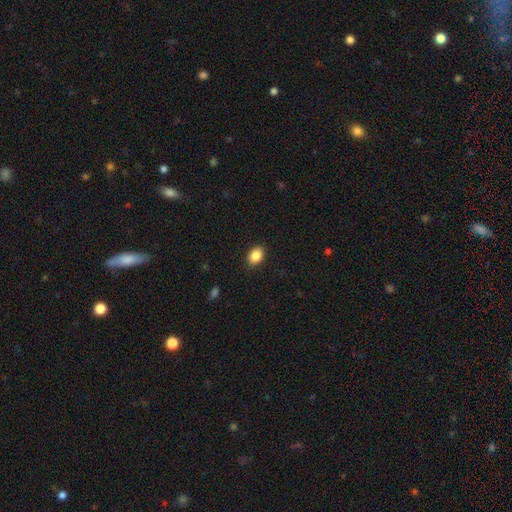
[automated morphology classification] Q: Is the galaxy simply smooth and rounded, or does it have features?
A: smooth — 87%.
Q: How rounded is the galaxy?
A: in between — 75%.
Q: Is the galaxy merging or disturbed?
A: none — 88%.